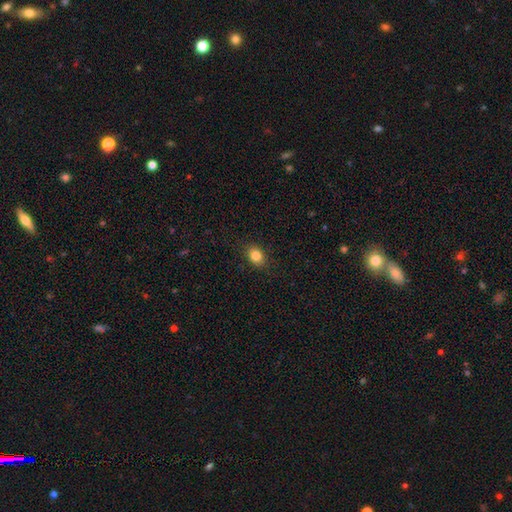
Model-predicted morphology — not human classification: Q: Smooth or featured?
A: smooth (84%); runner-up: star or artifact (10%)
Q: How rounded?
A: in between (61%); runner-up: round (38%)
Q: Merging?
A: none (87%); runner-up: minor disturbance (9%)